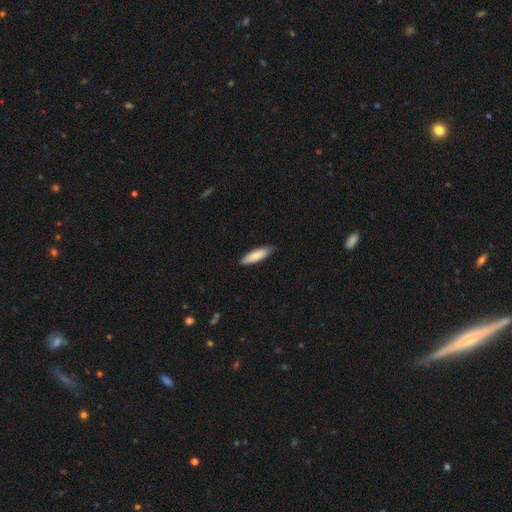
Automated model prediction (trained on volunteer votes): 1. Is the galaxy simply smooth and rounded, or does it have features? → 82% smooth, 13% featured or disk, 5% star or artifact.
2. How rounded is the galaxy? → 56% cigar-shaped, 42% in between, 1% round.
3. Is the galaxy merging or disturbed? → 85% none, 12% minor disturbance, 2% major disturbance, 1% merger.